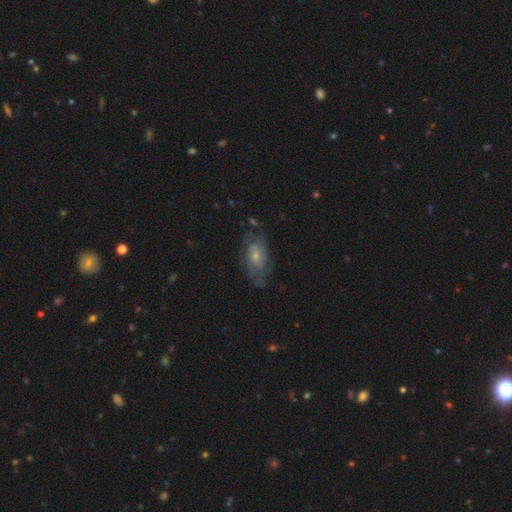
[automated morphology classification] This is possibly a featured or disk galaxy (52%). It is clearly not viewed edge-on (90%). Merging: likely none (67%).